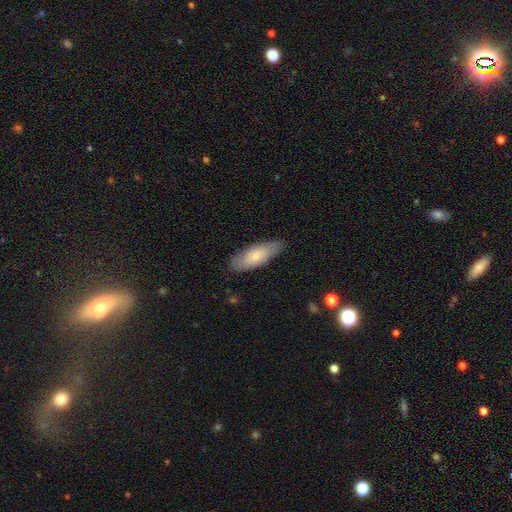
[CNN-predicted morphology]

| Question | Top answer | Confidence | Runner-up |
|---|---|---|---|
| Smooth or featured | smooth | 68% | featured or disk (26%) |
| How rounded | in between | 64% | cigar-shaped (34%) |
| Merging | none | 80% | minor disturbance (16%) |